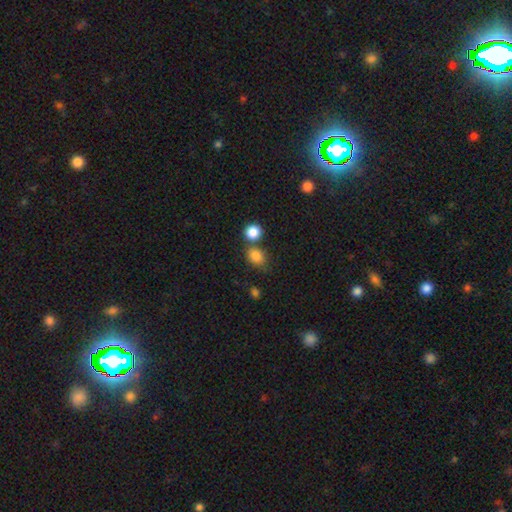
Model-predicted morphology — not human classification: smooth_or_featured: smooth (p=0.84) [alt: star or artifact p=0.10]
how_rounded: in between (p=0.53) [alt: round p=0.46]
merging: none (p=0.54) [alt: merger p=0.27]